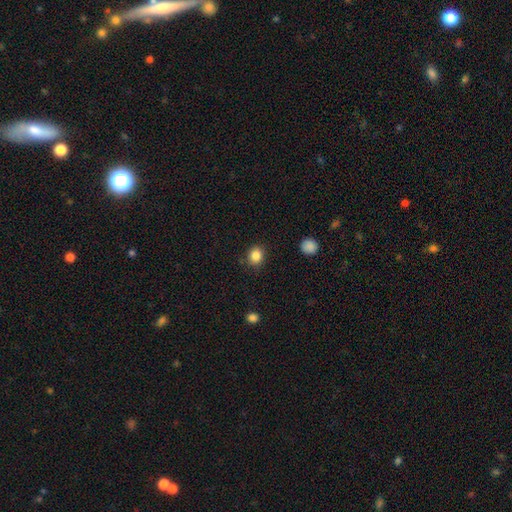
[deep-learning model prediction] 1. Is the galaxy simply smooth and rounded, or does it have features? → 86% smooth, 10% star or artifact, 4% featured or disk.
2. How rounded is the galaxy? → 74% round, 25% in between, 1% cigar-shaped.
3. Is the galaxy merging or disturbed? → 85% none, 10% minor disturbance, 3% major disturbance, 2% merger.